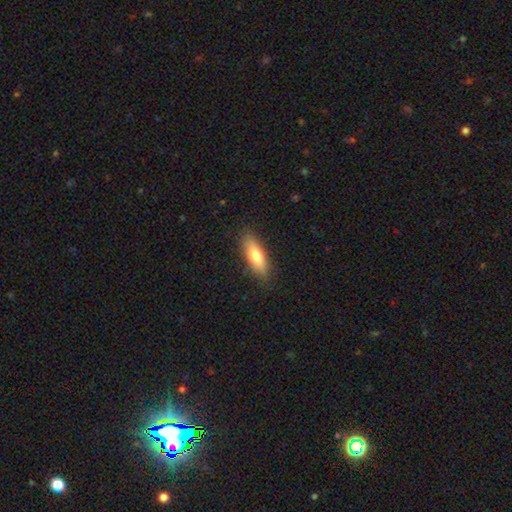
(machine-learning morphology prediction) smooth 76%, featured or disk 18%, star or artifact 6%. Down the decision tree: how rounded — in between (59%); merging — none (85%).